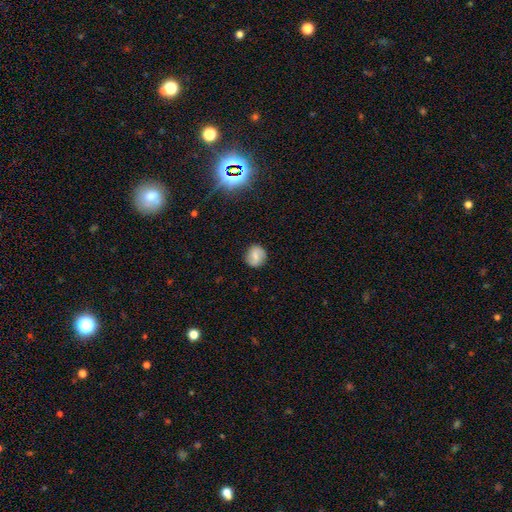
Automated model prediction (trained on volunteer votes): smooth_or_featured: smooth (p=0.61) [alt: featured or disk p=0.30]
how_rounded: round (p=0.86) [alt: in between p=0.13]
merging: none (p=0.86) [alt: minor disturbance p=0.10]